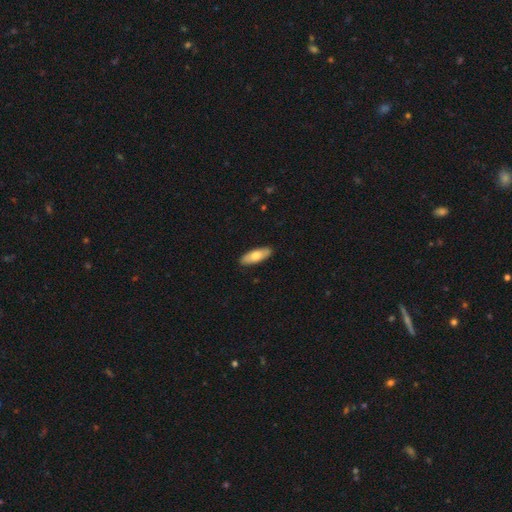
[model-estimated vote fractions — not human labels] smooth 73%, featured or disk 22%, star or artifact 5%. Down the decision tree: how rounded — in between (63%); merging — none (89%).